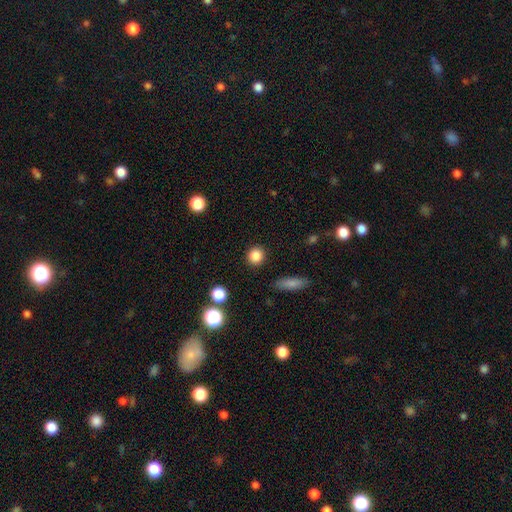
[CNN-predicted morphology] Smooth or featured: smooth — 85% (star or artifact — 10%)
How rounded: round — 90% (in between — 9%)
Merging: none — 90% (minor disturbance — 6%)